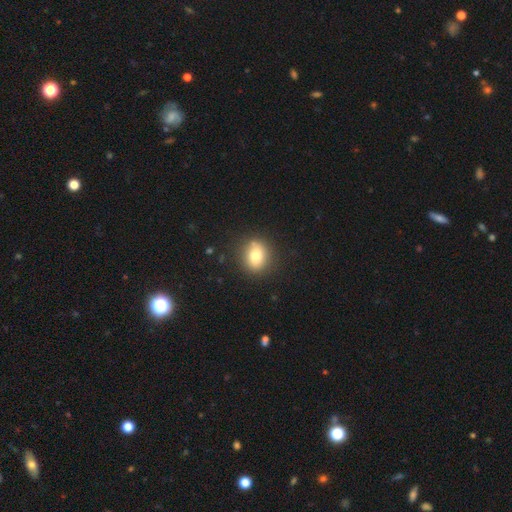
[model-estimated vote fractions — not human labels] Smooth or featured: smooth — 76% (featured or disk — 14%)
How rounded: round — 61% (in between — 38%)
Merging: none — 85% (minor disturbance — 10%)